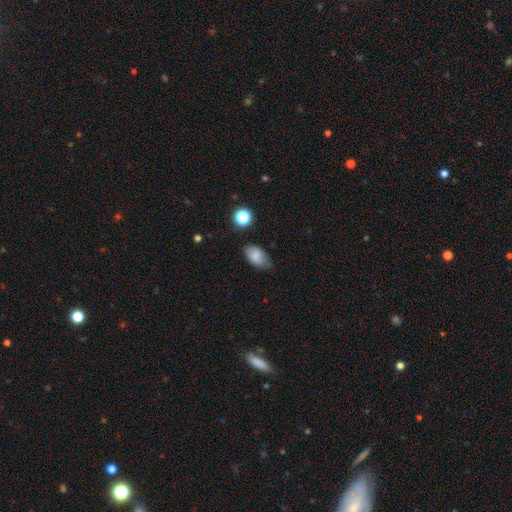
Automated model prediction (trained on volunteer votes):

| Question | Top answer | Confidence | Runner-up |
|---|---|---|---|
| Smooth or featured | smooth | 79% | featured or disk (12%) |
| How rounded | in between | 90% | round (8%) |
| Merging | none | 70% | minor disturbance (24%) |